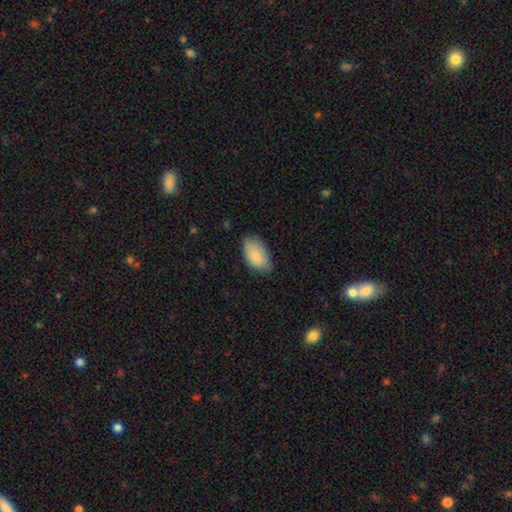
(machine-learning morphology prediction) Smooth or featured?
  - smooth: 85% *
  - featured or disk: 9%
  - star or artifact: 6%
How rounded?
  - in between: 94% *
  - round: 4%
  - cigar-shaped: 2%
Merging?
  - none: 70% *
  - minor disturbance: 25%
  - major disturbance: 4%
  - merger: 1%